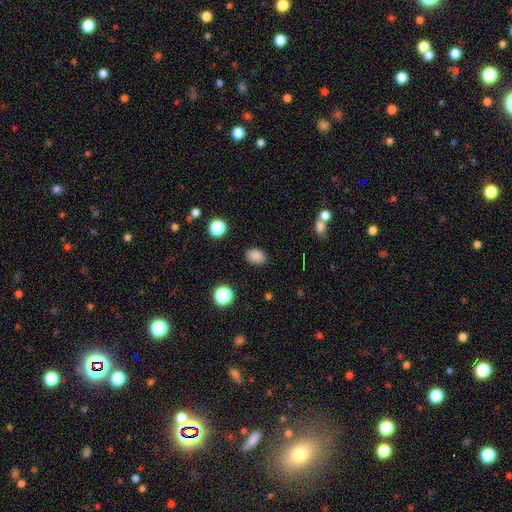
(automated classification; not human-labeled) Smooth or featured? Predicted: smooth (p=0.84). How rounded? Predicted: in between (p=0.74). Merging? Predicted: none (p=0.85).